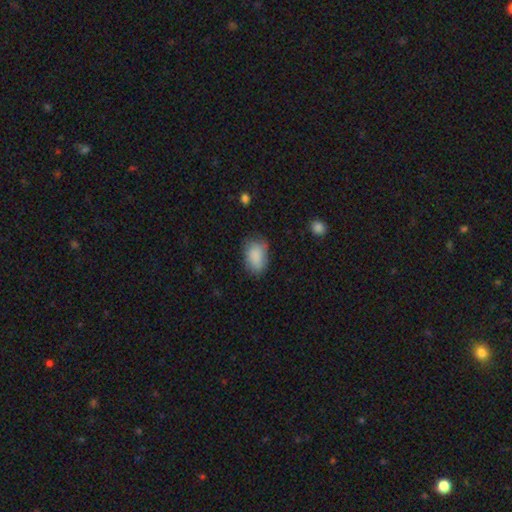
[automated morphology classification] A smooth galaxy with no disk features (84%) that is in between round and cigar-shaped (86%).

Vote fractions:
- Smooth or featured? smooth: 84% / star or artifact: 8% / featured or disk: 8%
- How rounded? in between: 86% / round: 13% / cigar-shaped: 1%
- Merging? none: 63% / minor disturbance: 27% / major disturbance: 8% / merger: 2%